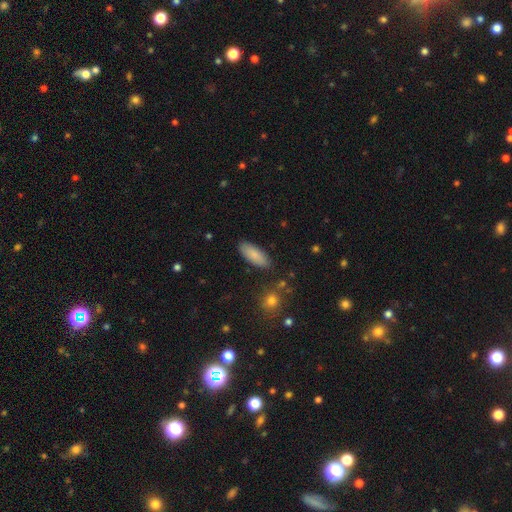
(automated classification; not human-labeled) Smooth or featured? smooth (87%)
How rounded? in between (78%)
Merging? none (86%)